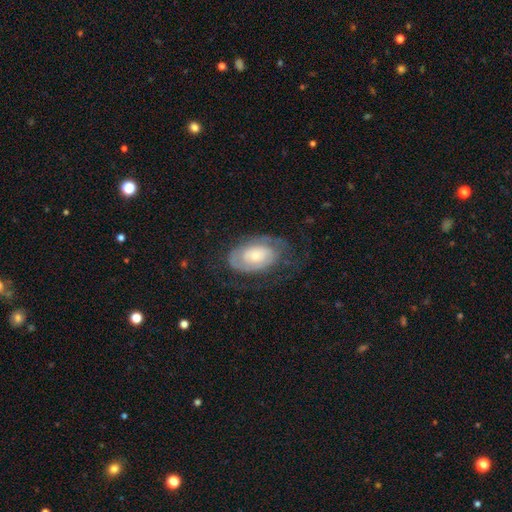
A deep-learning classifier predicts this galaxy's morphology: This appears to be a featured or disk galaxy (62%) with no bar (76%), spiral arms (73%) and a small central bulge (51%). Merging: none (56%).